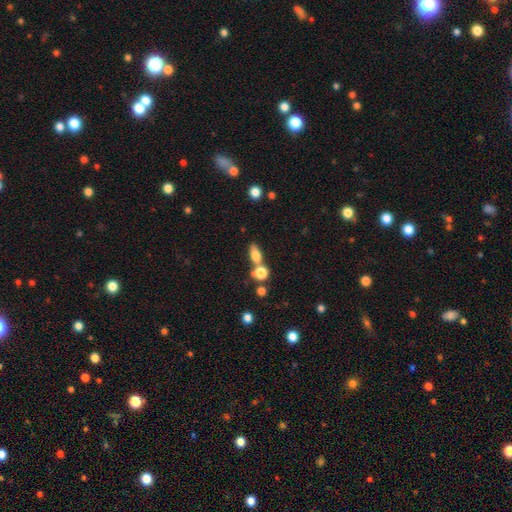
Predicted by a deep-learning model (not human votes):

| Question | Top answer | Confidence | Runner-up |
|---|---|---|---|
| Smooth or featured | smooth | 76% | featured or disk (13%) |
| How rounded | in between | 72% | round (17%) |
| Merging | none | 46% | merger (37%) |